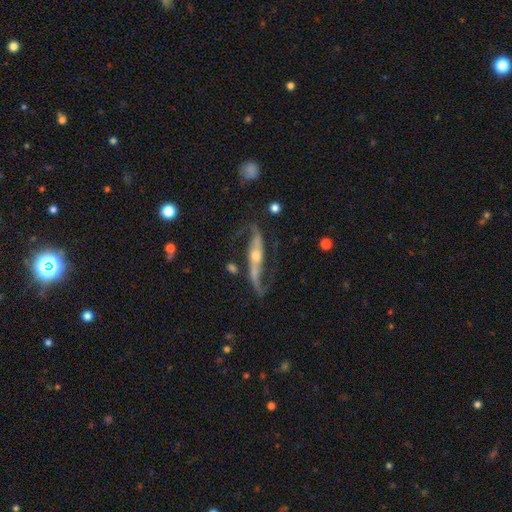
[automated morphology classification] Smooth or featured: featured or disk — 86% (smooth — 9%)
Edge-on disk: no — 80% (yes — 20%)
Bar: no — 48% (strong — 27%)
Spiral arms: yes — 94% (no — 6%)
Spiral winding: loose — 82% (medium — 13%)
Spiral arm count: 2 — 91% (1 — 4%)
Bulge size: moderate — 53% (small — 40%)
Merging: none — 60% (minor disturbance — 19%)